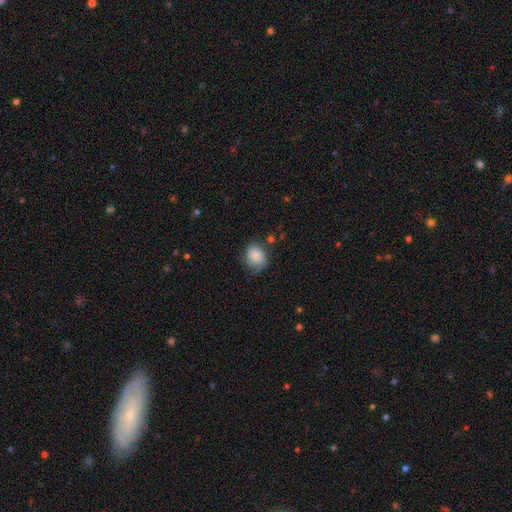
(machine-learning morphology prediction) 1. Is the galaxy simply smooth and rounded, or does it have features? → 78% smooth, 14% featured or disk, 8% star or artifact.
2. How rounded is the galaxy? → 50% in between, 49% round, 1% cigar-shaped.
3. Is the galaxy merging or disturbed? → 55% none, 31% minor disturbance, 11% major disturbance, 3% merger.